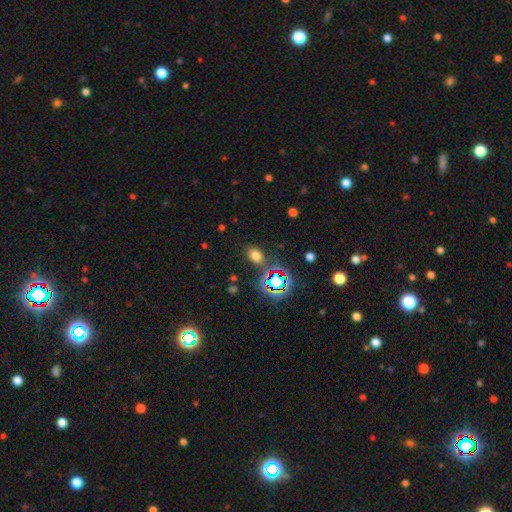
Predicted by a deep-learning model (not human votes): Smooth or featured? Predicted: smooth (p=0.67). How rounded? Predicted: in between (p=0.67). Merging? Predicted: none (p=0.80).